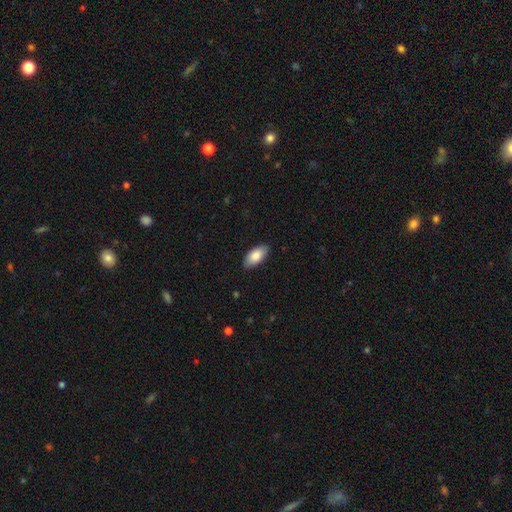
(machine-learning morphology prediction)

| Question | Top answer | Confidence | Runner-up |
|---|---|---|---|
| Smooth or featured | smooth | 85% | featured or disk (9%) |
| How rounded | in between | 93% | cigar-shaped (5%) |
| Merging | none | 86% | minor disturbance (11%) |